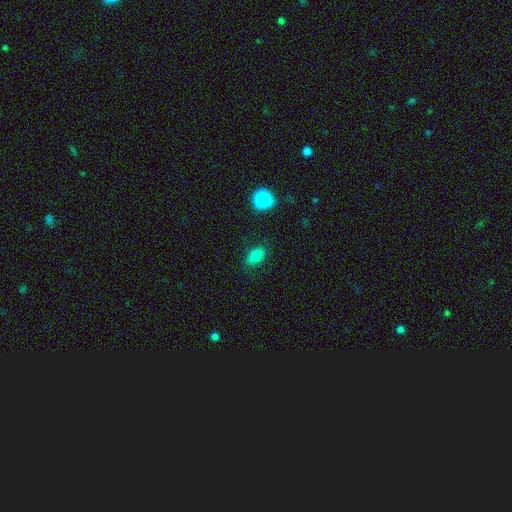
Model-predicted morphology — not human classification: smooth 80%, star or artifact 12%, featured or disk 8%. Down the decision tree: how rounded — in between (84%); merging — none (83%).